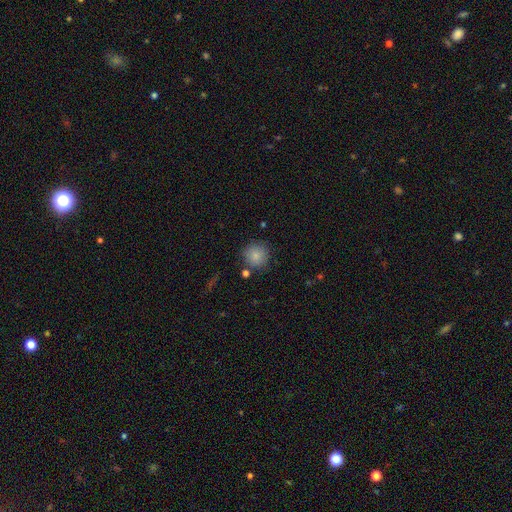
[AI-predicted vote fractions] This appears to be a smooth galaxy with no disk features (85%) that is round (93%). Merging: none (81%).